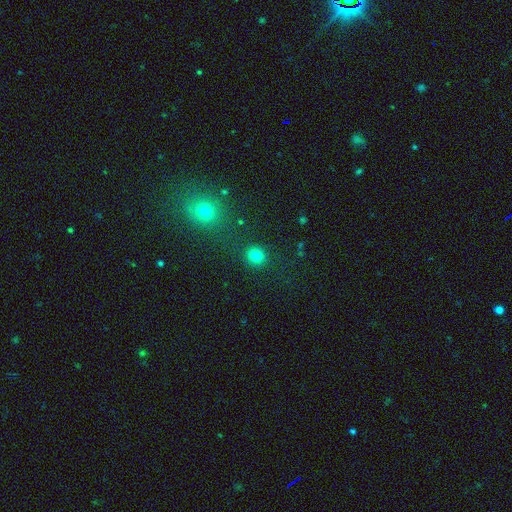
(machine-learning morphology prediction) This is clearly a smooth galaxy (81%). How rounded: clearly round (85%). Merging: clearly none (85%).